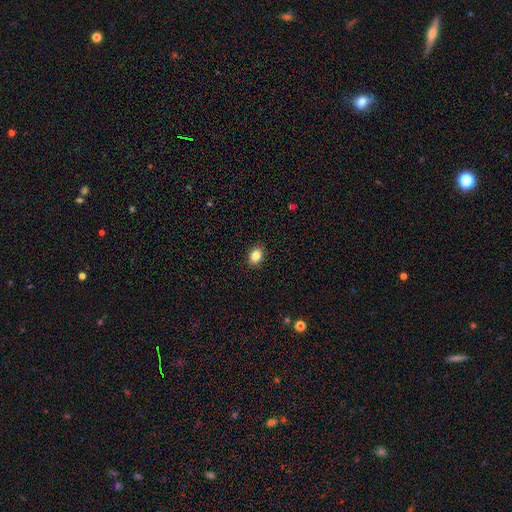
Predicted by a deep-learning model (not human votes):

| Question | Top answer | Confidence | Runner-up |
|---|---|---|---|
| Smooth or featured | smooth | 85% | star or artifact (9%) |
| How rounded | in between | 68% | round (31%) |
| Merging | none | 90% | minor disturbance (7%) |